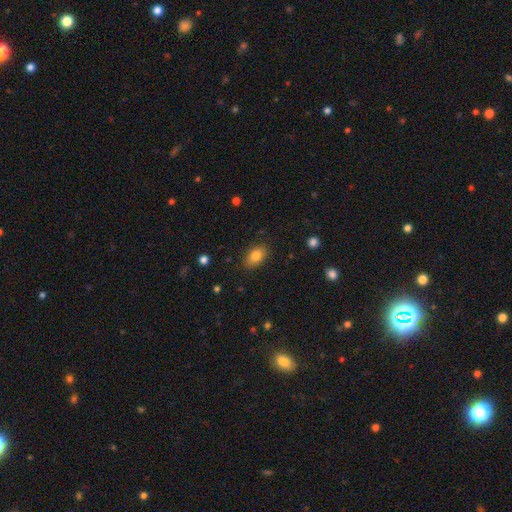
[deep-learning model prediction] Q: Smooth or featured?
A: smooth (83%); runner-up: star or artifact (9%)
Q: How rounded?
A: in between (88%); runner-up: round (10%)
Q: Merging?
A: none (85%); runner-up: minor disturbance (11%)